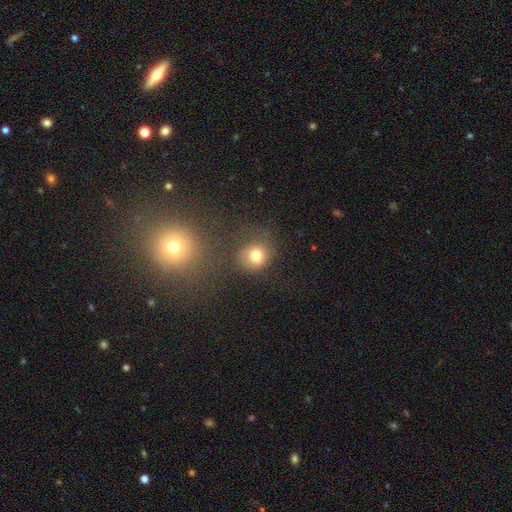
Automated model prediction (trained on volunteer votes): smooth_or_featured: smooth (p=0.76) [alt: star or artifact p=0.14]
how_rounded: round (p=0.82) [alt: in between p=0.17]
merging: none (p=0.69) [alt: minor disturbance p=0.16]